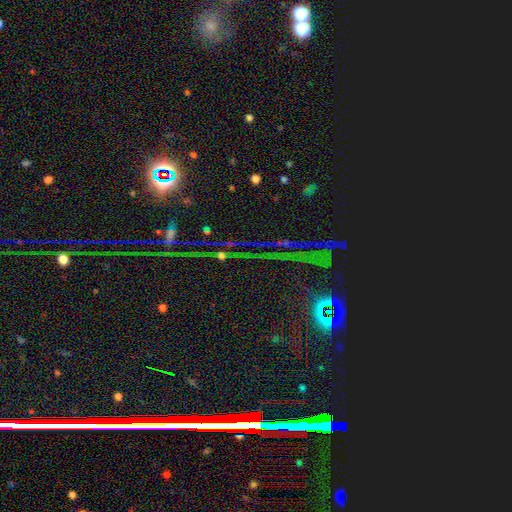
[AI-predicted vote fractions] Smooth or featured?
  - star or artifact: 82% *
  - smooth: 10%
  - featured or disk: 8%